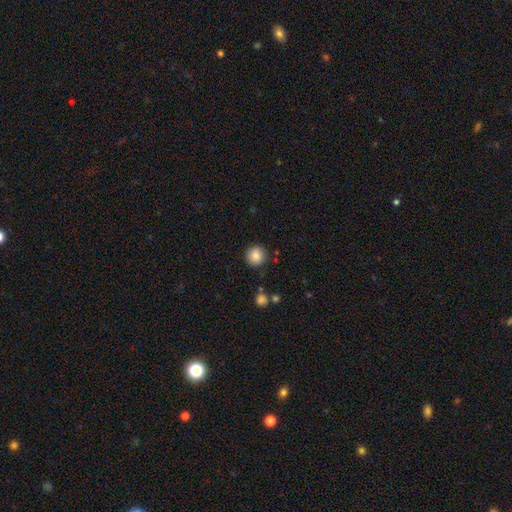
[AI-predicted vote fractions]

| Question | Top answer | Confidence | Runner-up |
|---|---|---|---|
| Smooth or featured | smooth | 86% | star or artifact (9%) |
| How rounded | round | 93% | in between (6%) |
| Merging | none | 89% | minor disturbance (7%) |